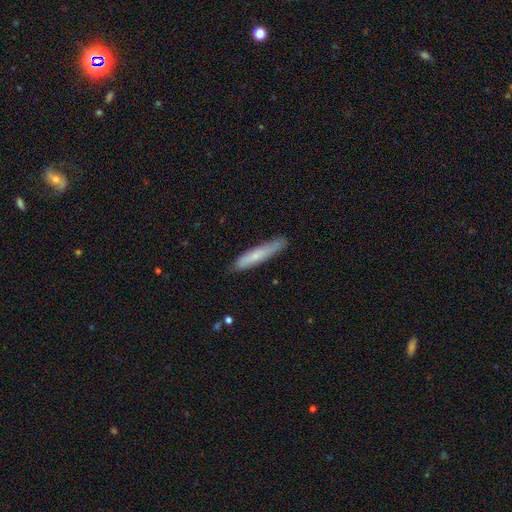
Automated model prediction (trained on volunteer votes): Overall: smooth (68%). How rounded: cigar-shaped (90%). Merging: none (78%).